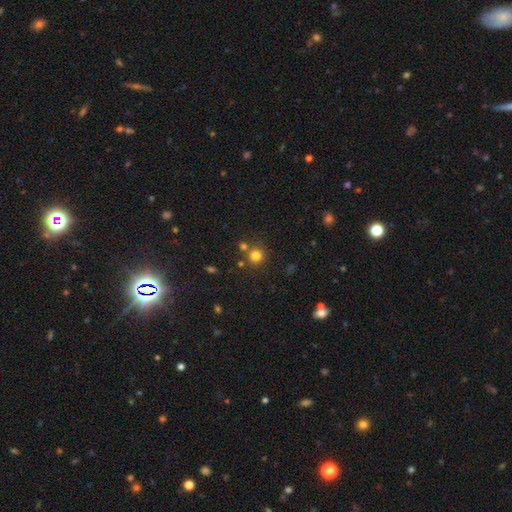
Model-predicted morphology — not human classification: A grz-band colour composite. It shows a smooth galaxy with no disk features (78%) that is round (91%). Merging: none (71%).